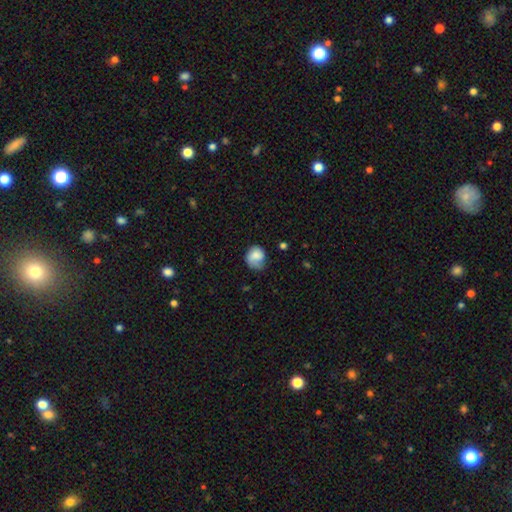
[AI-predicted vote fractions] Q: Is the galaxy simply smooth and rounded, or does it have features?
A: smooth — 73%.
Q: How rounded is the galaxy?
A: round — 68%.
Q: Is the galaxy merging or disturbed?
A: none — 47%.